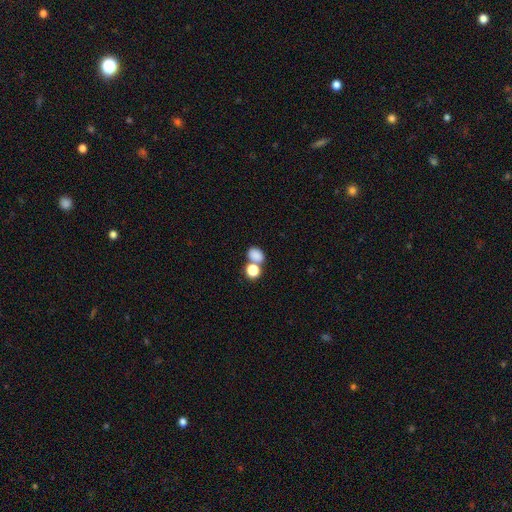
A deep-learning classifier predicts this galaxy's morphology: A smooth galaxy with no disk features (82%) that is in between round and cigar-shaped (60%). Merging: none (51%).